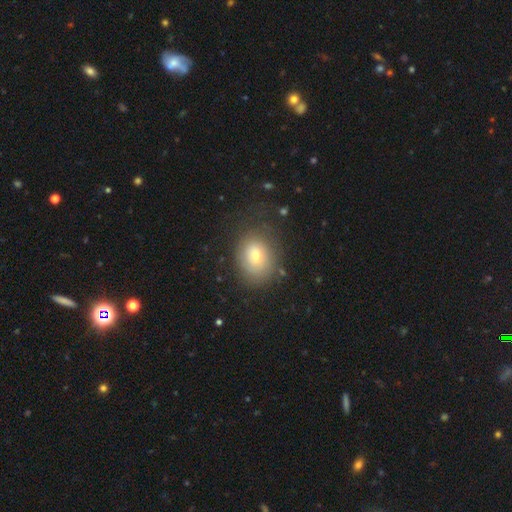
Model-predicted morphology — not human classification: Q: Smooth or featured?
A: smooth (69%); runner-up: featured or disk (21%)
Q: How rounded?
A: in between (52%); runner-up: round (47%)
Q: Merging?
A: none (71%); runner-up: minor disturbance (18%)